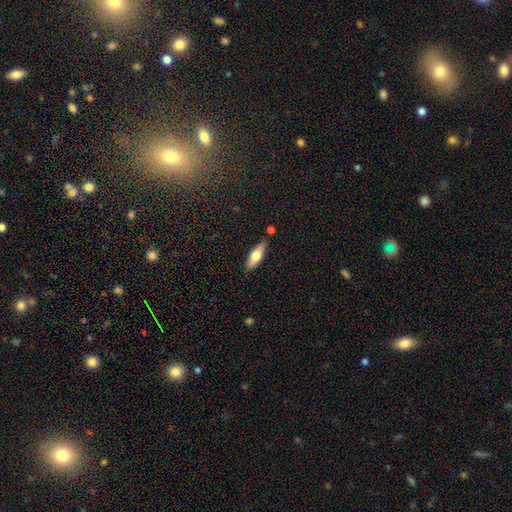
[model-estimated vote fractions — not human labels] This is likely a smooth galaxy (67%). How rounded: possibly in between (56%). Merging: clearly none (83%).